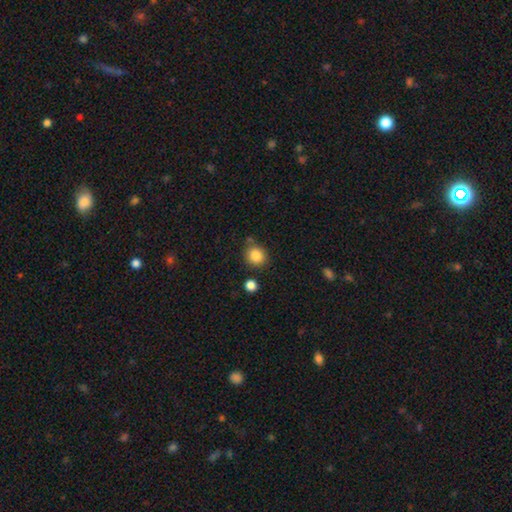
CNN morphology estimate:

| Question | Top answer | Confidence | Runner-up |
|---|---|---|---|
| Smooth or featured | smooth | 85% | star or artifact (10%) |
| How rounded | round | 83% | in between (16%) |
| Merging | none | 78% | minor disturbance (11%) |